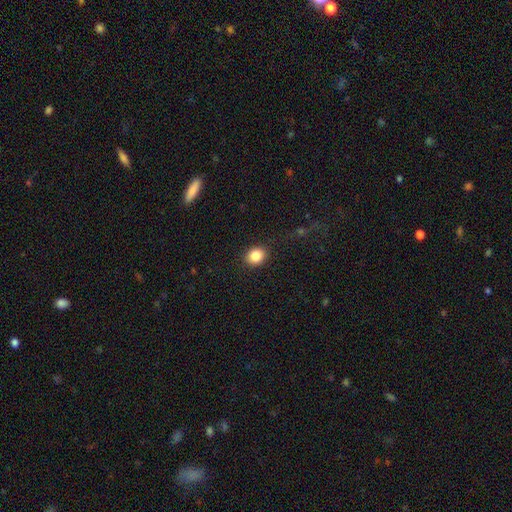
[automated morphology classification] Smooth or featured? smooth (86%)
How rounded? round (59%)
Merging? none (89%)